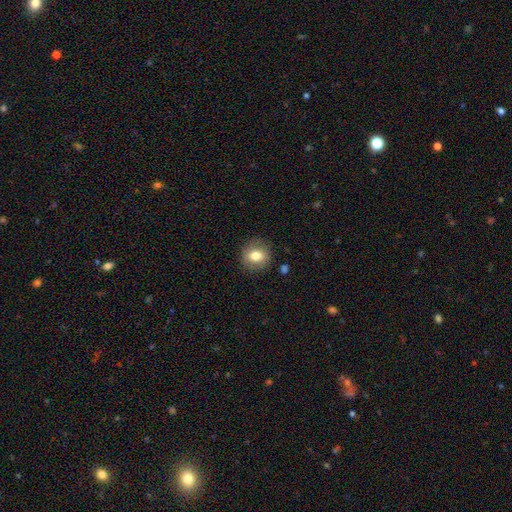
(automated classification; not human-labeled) Smooth or featured: smooth — 75% (featured or disk — 16%)
How rounded: round — 81% (in between — 18%)
Merging: none — 86% (minor disturbance — 9%)